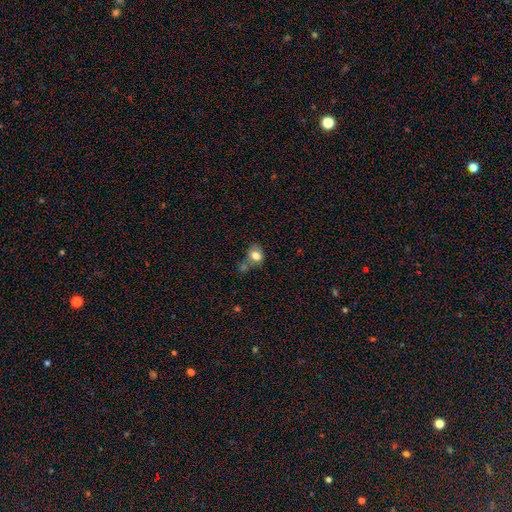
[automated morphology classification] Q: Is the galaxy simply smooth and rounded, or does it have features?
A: smooth — 78%.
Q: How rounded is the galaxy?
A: in between — 56%.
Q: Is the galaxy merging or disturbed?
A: none — 41%.